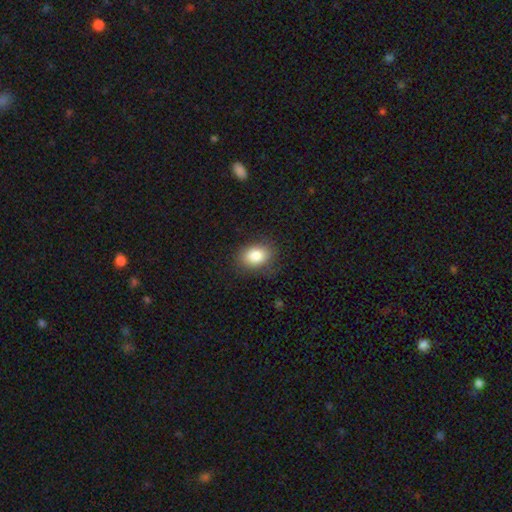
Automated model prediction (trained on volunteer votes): smooth-or-featured: smooth: 84% | star or artifact: 9% | featured or disk: 7%
  how-rounded: in between: 73% | round: 26% | cigar-shaped: 1%
  merging: none: 80% | minor disturbance: 14% | major disturbance: 5% | merger: 1%